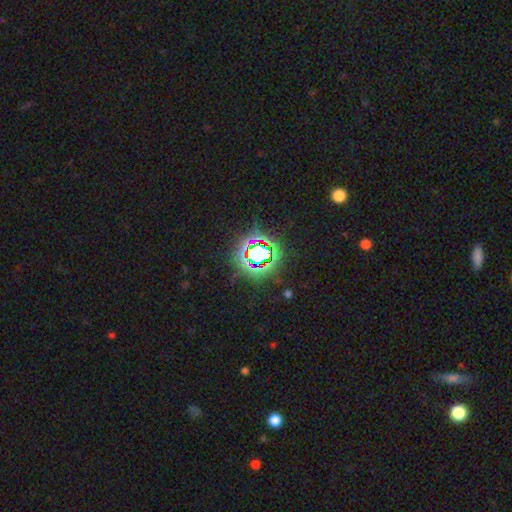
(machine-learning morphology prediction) Smooth or featured?
  - star or artifact: 77% *
  - smooth: 15%
  - featured or disk: 8%